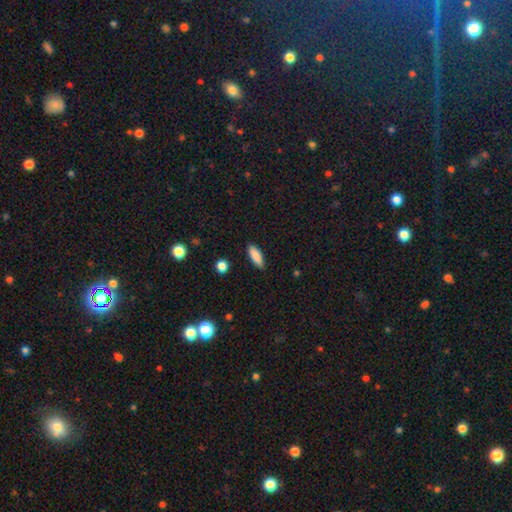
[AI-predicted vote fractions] Smooth or featured: smooth — 85% (featured or disk — 8%)
How rounded: in between — 61% (cigar-shaped — 37%)
Merging: none — 86% (minor disturbance — 10%)